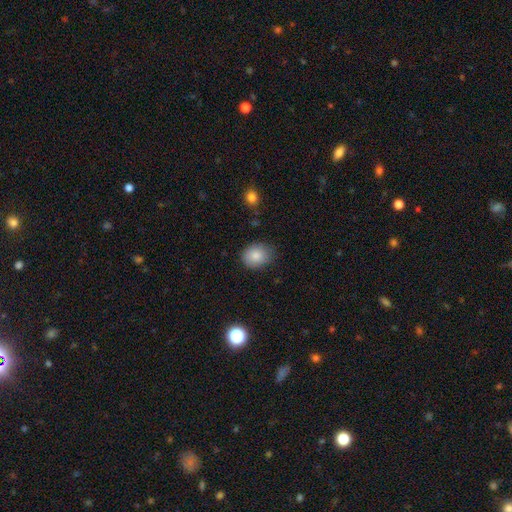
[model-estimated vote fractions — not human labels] smooth-or-featured: smooth: 84% | star or artifact: 9% | featured or disk: 8%
  how-rounded: round: 53% | in between: 47% | cigar-shaped: 1%
  merging: none: 74% | minor disturbance: 21% | major disturbance: 4% | merger: 1%